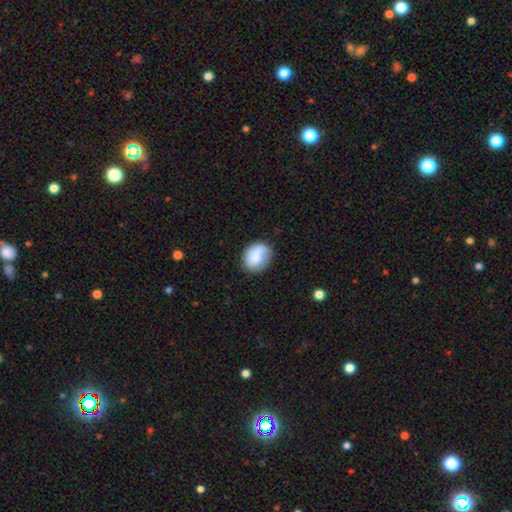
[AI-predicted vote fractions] Smooth or featured: smooth — 81% (featured or disk — 12%)
How rounded: round — 55% (in between — 44%)
Merging: none — 72% (minor disturbance — 20%)